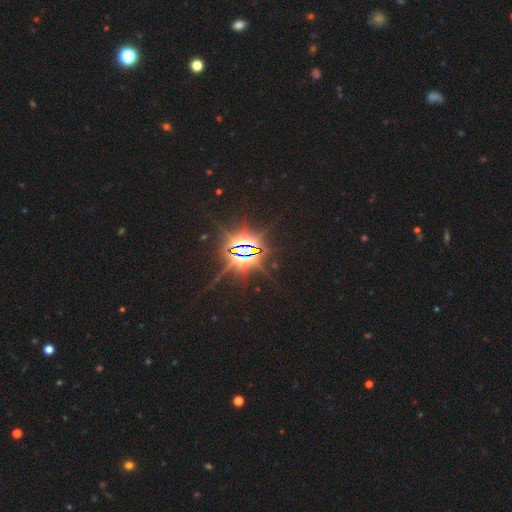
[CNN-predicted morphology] Smooth or featured? star or artifact (86%)